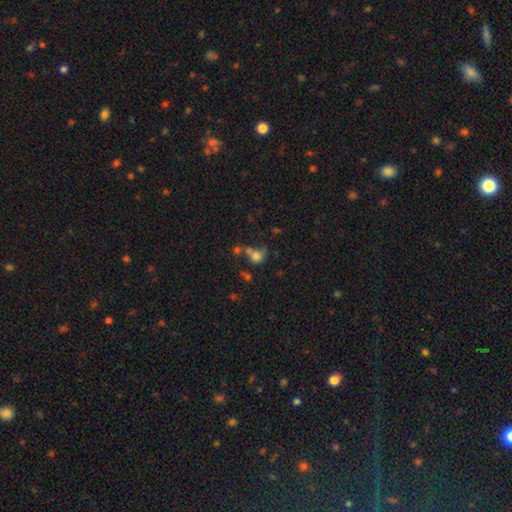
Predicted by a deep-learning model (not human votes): A smooth galaxy with no disk features (71%) that is round (69%).

Vote fractions:
- Smooth or featured? smooth: 71% / star or artifact: 16% / featured or disk: 13%
- How rounded? round: 69% / in between: 30% / cigar-shaped: 1%
- Merging? merger: 40% / none: 34% / minor disturbance: 14% / major disturbance: 13%